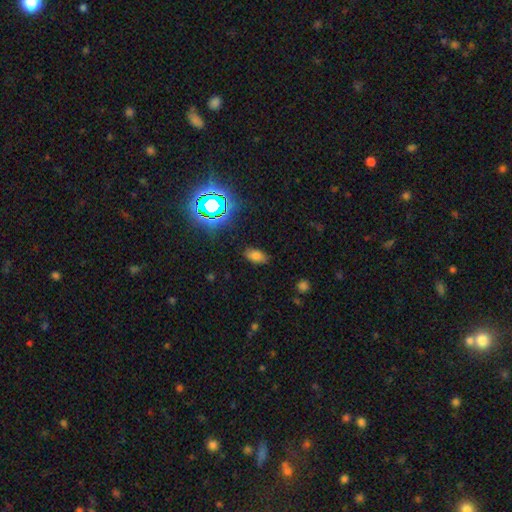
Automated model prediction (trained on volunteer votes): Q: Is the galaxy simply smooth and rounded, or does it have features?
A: smooth — 71%.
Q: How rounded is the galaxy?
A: in between — 91%.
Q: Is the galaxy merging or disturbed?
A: none — 83%.